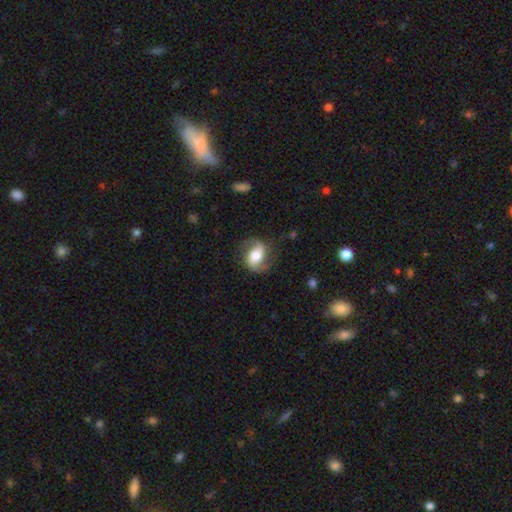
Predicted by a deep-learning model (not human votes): featured or disk 70%, smooth 24%, star or artifact 7%. Down the decision tree: edge-on disk — no (96%); bar — weak (36%); spiral arms — yes (90%); spiral arm count — 2 (90%); spiral winding — loose (43%); bulge size — moderate (57%); merging — none (74%).